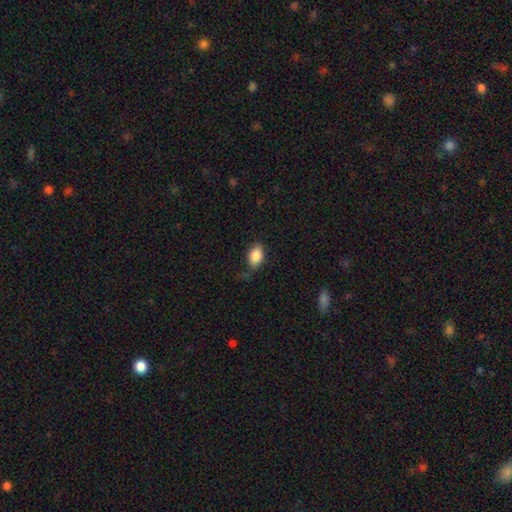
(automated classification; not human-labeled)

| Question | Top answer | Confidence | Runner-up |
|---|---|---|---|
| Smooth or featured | smooth | 87% | star or artifact (8%) |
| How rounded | in between | 87% | round (12%) |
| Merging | none | 71% | minor disturbance (22%) |